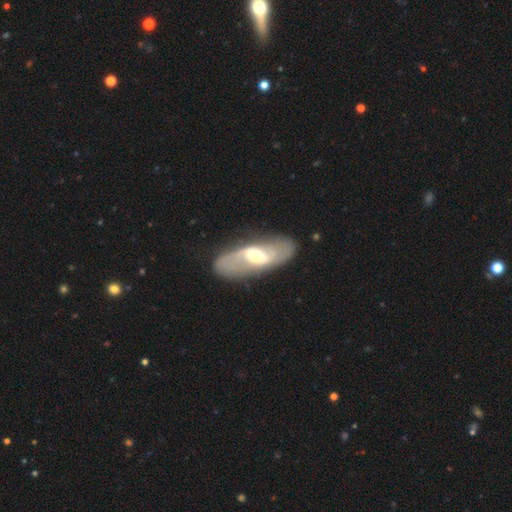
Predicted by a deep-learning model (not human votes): Smooth or featured: featured or disk — 75% (smooth — 20%)
Edge-on disk: no — 91% (yes — 9%)
Bar: weak — 44% (strong — 28%)
Spiral arms: yes — 80% (no — 20%)
Spiral winding: loose — 49% (medium — 35%)
Spiral arm count: 2 — 86% (can't tell — 9%)
Bulge size: moderate — 61% (small — 26%)
Merging: none — 78% (minor disturbance — 14%)